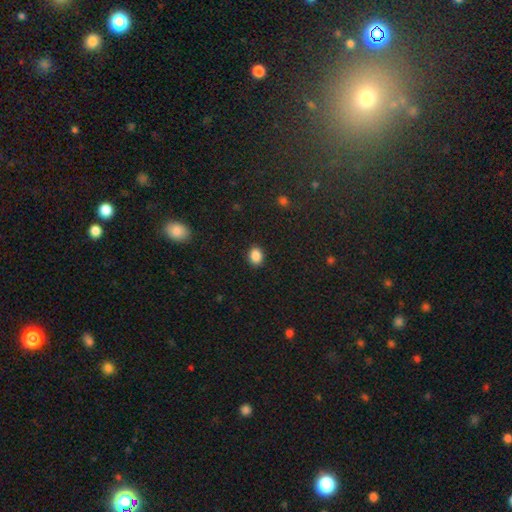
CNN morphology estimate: This is clearly a smooth galaxy (87%). How rounded: possibly in between (56%). Merging: clearly none (90%).